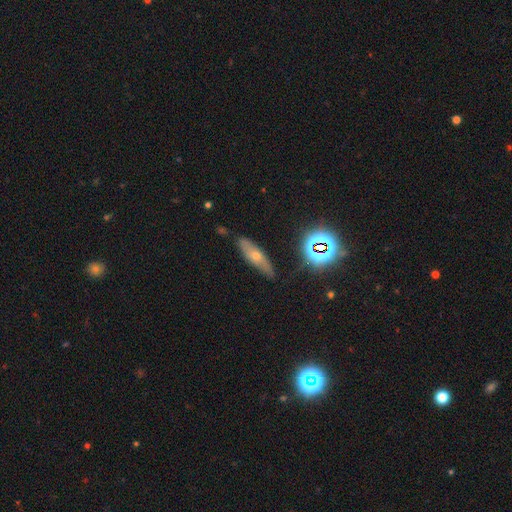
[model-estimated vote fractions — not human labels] This is marginally a smooth galaxy (44%). Merging: likely none (78%).